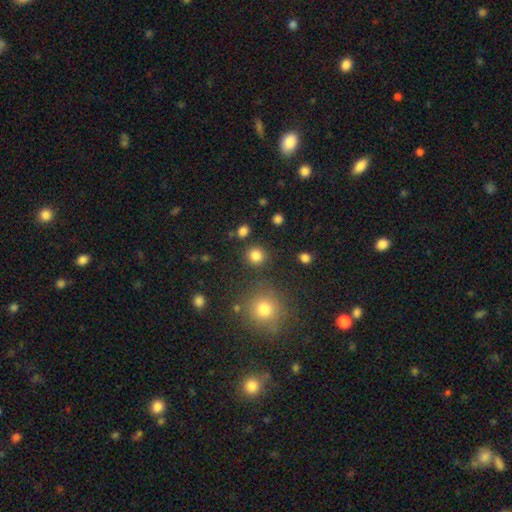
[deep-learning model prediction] smooth_or_featured: smooth (p=0.82) [alt: star or artifact p=0.14]
how_rounded: round (p=0.92) [alt: in between p=0.07]
merging: none (p=0.87) [alt: minor disturbance p=0.06]